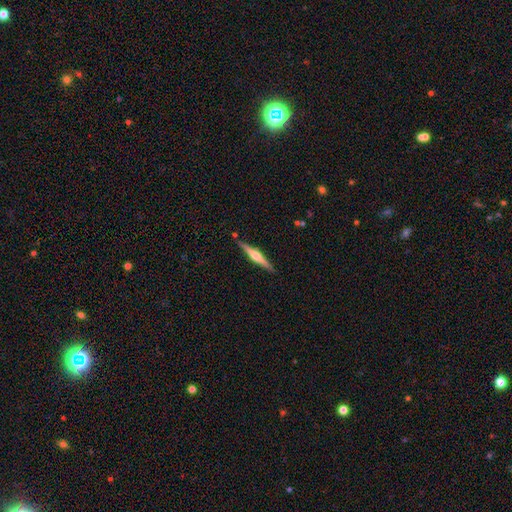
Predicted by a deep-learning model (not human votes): smooth_or_featured: featured or disk (p=0.72) [alt: smooth p=0.23]
disk_edge_on: yes (p=0.98) [alt: no p=0.02]
edge_on_bulge: rounded (p=0.88) [alt: boxy p=0.07]
merging: none (p=0.88) [alt: minor disturbance p=0.08]